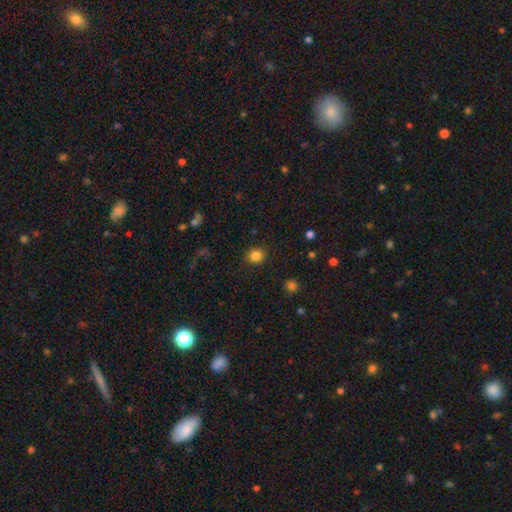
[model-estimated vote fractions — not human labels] This is clearly a smooth galaxy (84%). How rounded: clearly round (85%). Merging: clearly none (90%).